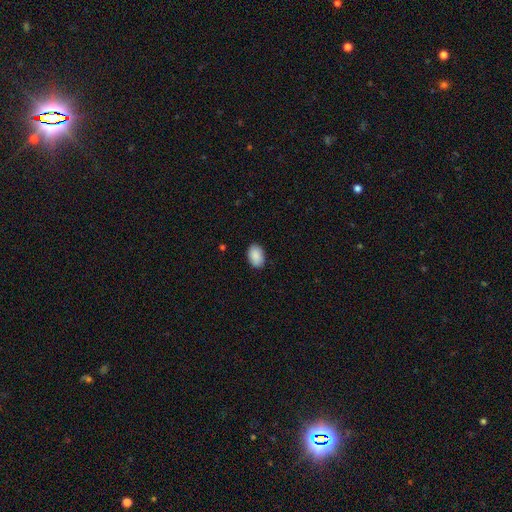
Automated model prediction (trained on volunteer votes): smooth-or-featured: smooth: 90% | star or artifact: 6% | featured or disk: 4%
  how-rounded: in between: 89% | round: 10% | cigar-shaped: 1%
  merging: none: 87% | minor disturbance: 10% | major disturbance: 2% | merger: 1%